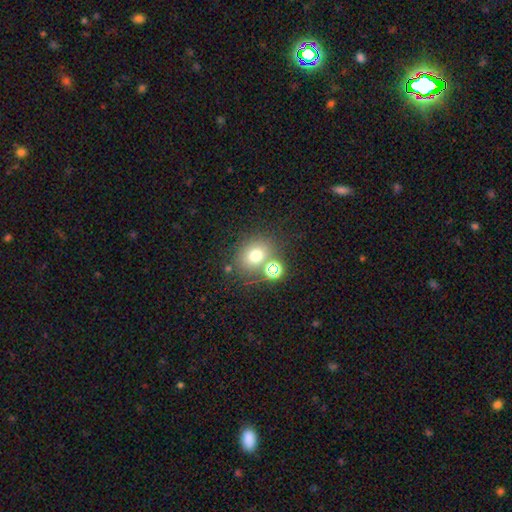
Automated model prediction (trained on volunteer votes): This appears to be a smooth galaxy with no disk features (69%) that is round (63%). Merging: none (64%).